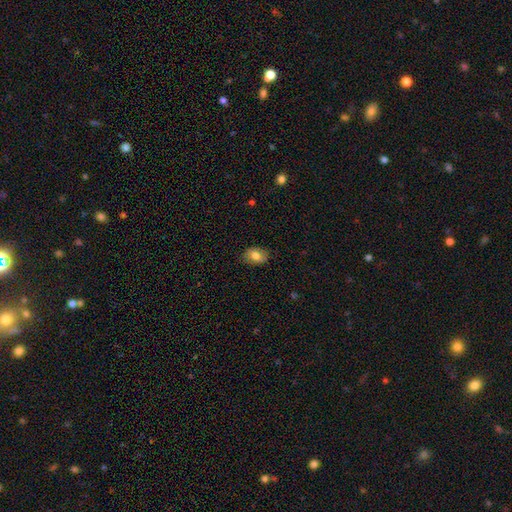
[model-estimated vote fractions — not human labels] Smooth or featured: smooth — 77% (featured or disk — 15%)
How rounded: in between — 77% (round — 22%)
Merging: none — 83% (minor disturbance — 14%)